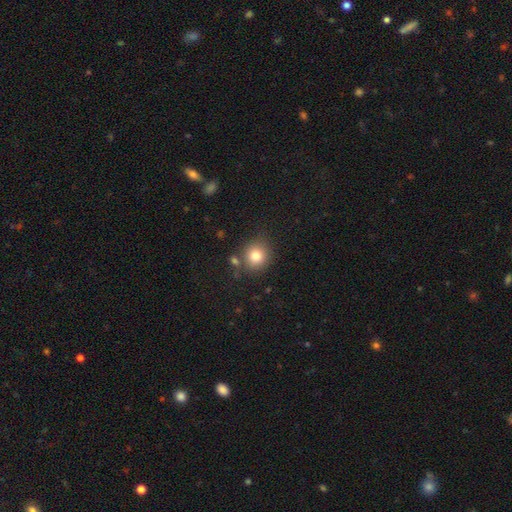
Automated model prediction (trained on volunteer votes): Overall: smooth (79%). How rounded: round (88%). Merging: none (78%).